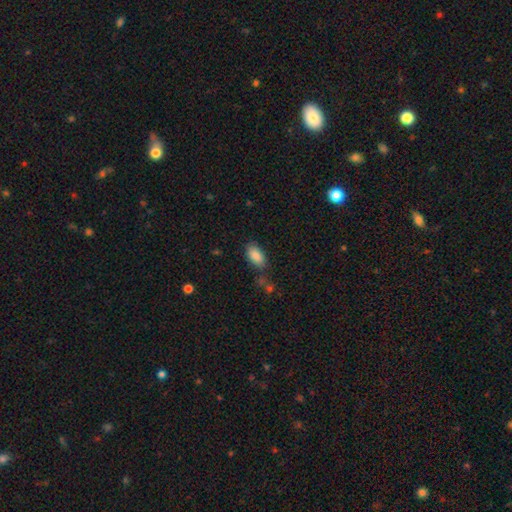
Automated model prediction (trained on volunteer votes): smooth_or_featured: smooth (p=0.87) [alt: star or artifact p=0.07]
how_rounded: in between (p=0.93) [alt: cigar-shaped p=0.03]
merging: none (p=0.72) [alt: minor disturbance p=0.18]